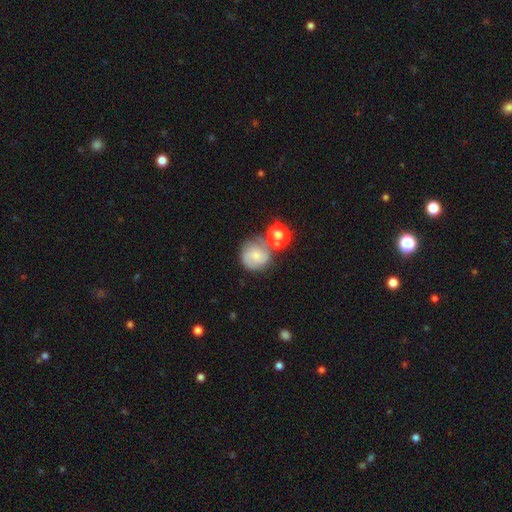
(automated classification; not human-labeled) Smooth or featured? smooth (48%)
Merging? none (50%)